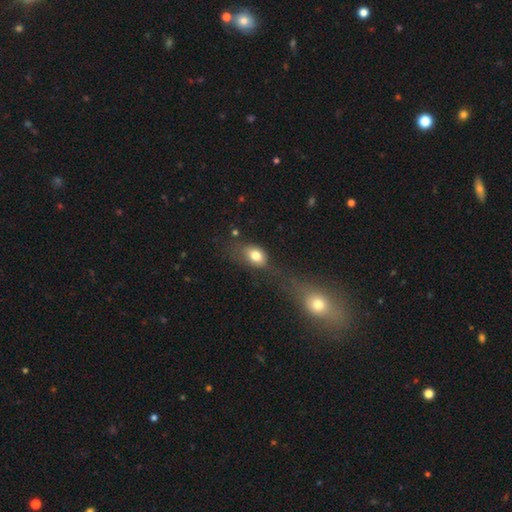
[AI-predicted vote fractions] The model was most divided on "merging": none: 45%, minor disturbance: 21%, major disturbance: 17%, merger: 17%. More confident: smooth or featured — smooth (78%); how rounded — in between (74%).